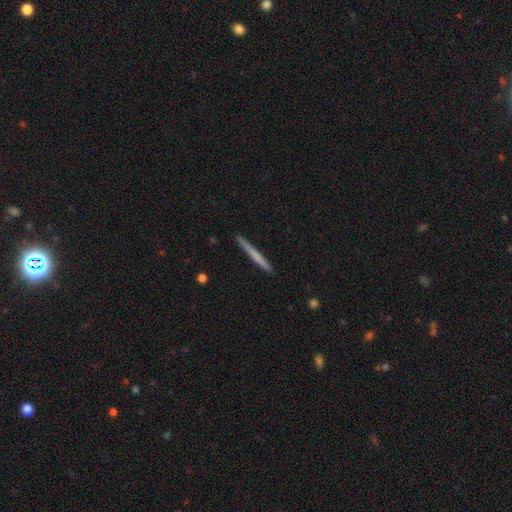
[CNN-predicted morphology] smooth 62%, featured or disk 32%, star or artifact 5%. Down the decision tree: how rounded — cigar-shaped (97%); merging — none (91%).